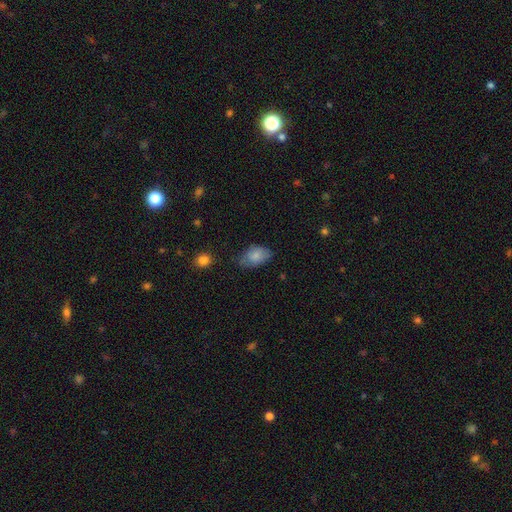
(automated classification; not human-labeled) Smooth or featured?
  - smooth: 83% *
  - featured or disk: 10%
  - star or artifact: 7%
How rounded?
  - in between: 89% *
  - round: 9%
  - cigar-shaped: 2%
Merging?
  - none: 58% *
  - minor disturbance: 33%
  - major disturbance: 7%
  - merger: 2%